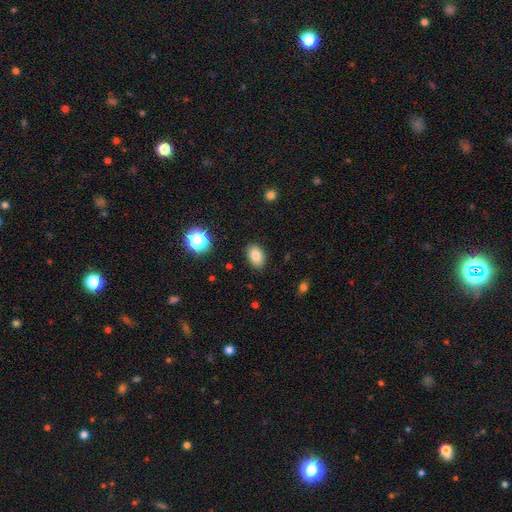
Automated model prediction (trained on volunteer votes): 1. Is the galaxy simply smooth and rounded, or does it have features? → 82% smooth, 10% star or artifact, 8% featured or disk.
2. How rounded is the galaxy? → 86% in between, 12% round, 1% cigar-shaped.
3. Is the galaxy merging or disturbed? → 87% none, 9% minor disturbance, 2% major disturbance, 1% merger.